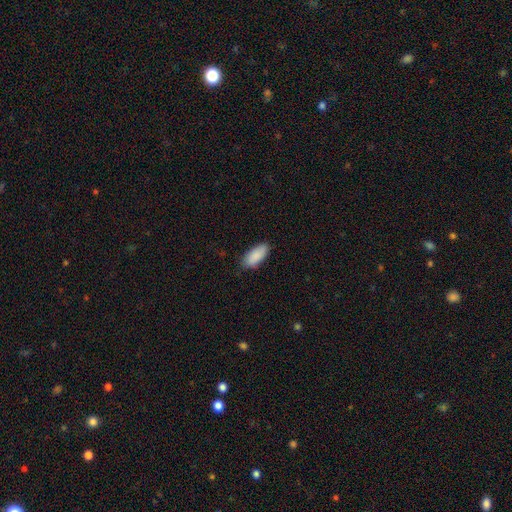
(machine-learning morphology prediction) The model was most divided on "merging": none: 83%, minor disturbance: 14%, major disturbance: 2%, merger: 1%. More confident: smooth or featured — smooth (90%); how rounded — in between (87%).